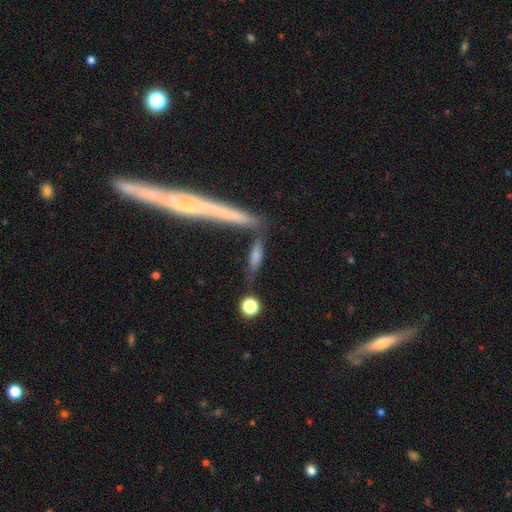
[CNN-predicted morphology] smooth 65%, featured or disk 26%, star or artifact 9%. Down the decision tree: how rounded — cigar-shaped (73%); merging — none (62%).